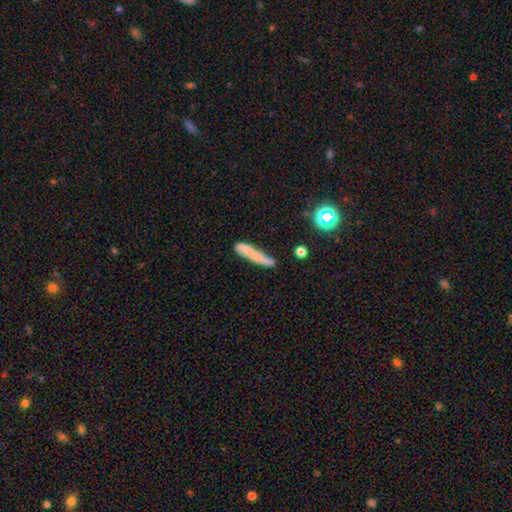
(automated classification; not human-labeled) smooth-or-featured: smooth: 64% | featured or disk: 26% | star or artifact: 10%
  how-rounded: cigar-shaped: 91% | in between: 7% | round: 2%
  merging: none: 56% | minor disturbance: 25% | major disturbance: 11% | merger: 8%